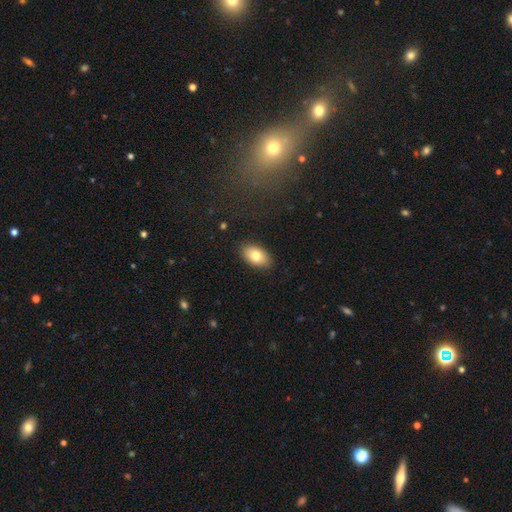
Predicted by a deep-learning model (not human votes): A smooth galaxy with no disk features (78%) that is in between round and cigar-shaped (93%). Merging: none (88%).